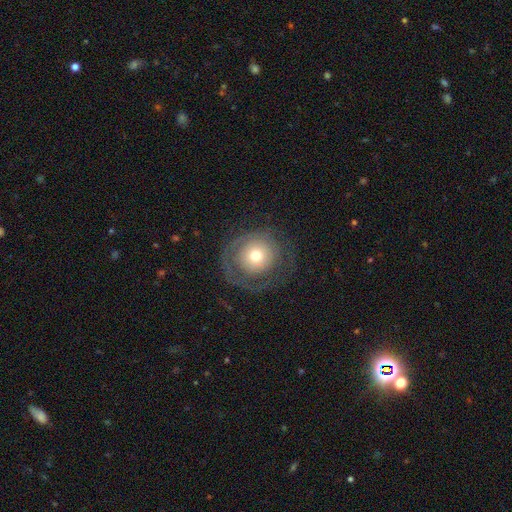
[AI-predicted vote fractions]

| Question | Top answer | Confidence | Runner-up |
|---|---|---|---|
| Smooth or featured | featured or disk | 46% | smooth (45%) |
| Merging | none | 62% | major disturbance (21%) |